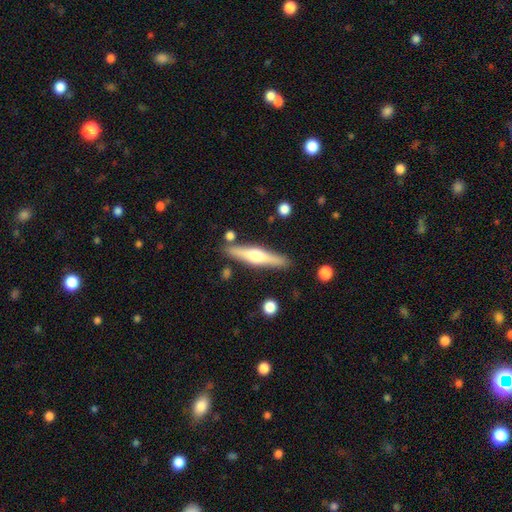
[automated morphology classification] The model was most divided on "smooth or featured": featured or disk: 63%, smooth: 32%, star or artifact: 5%. More confident: edge-on disk — yes (96%); edge-on bulge — rounded (92%); merging — none (86%).